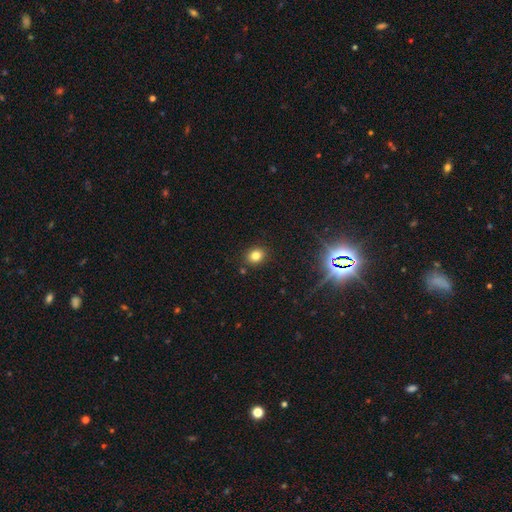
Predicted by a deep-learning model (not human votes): Smooth or featured? smooth (80%)
How rounded? round (64%)
Merging? none (87%)